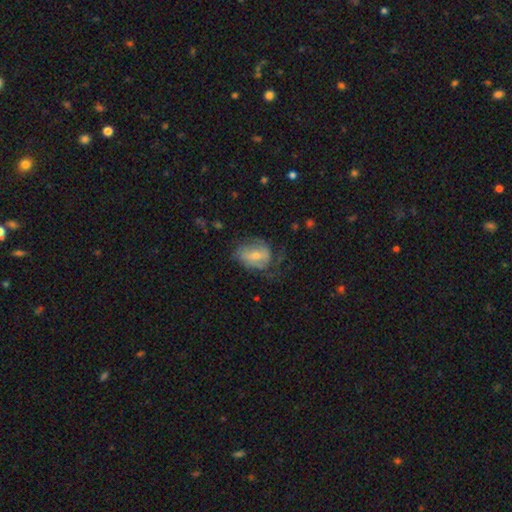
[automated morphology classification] Smooth or featured? featured or disk (52%)
Edge-on disk? no (95%)
Merging? none (46%)